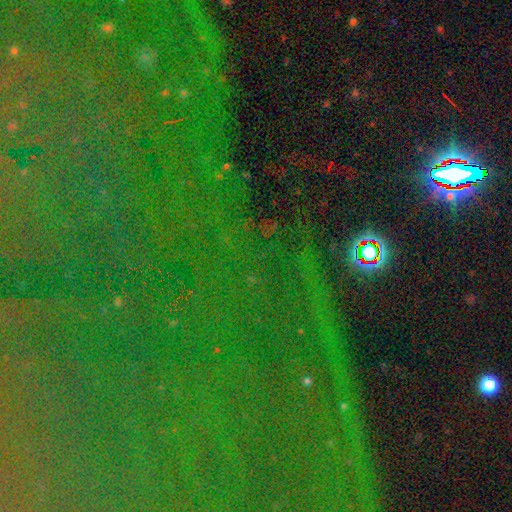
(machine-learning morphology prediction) A star or artifact, not a galaxy (83%).